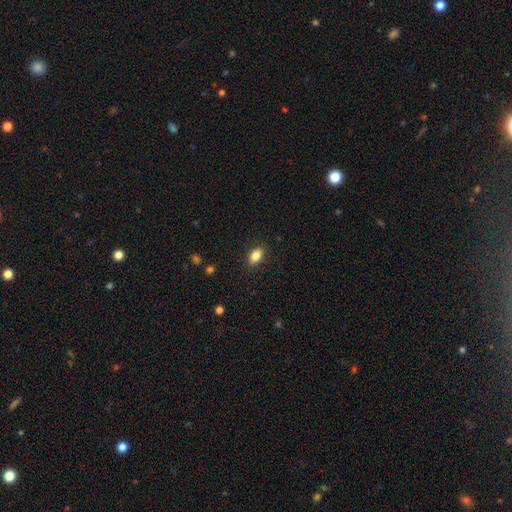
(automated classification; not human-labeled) This appears to be a smooth galaxy with no disk features (85%) that is in between round and cigar-shaped (87%). Merging: none (88%).